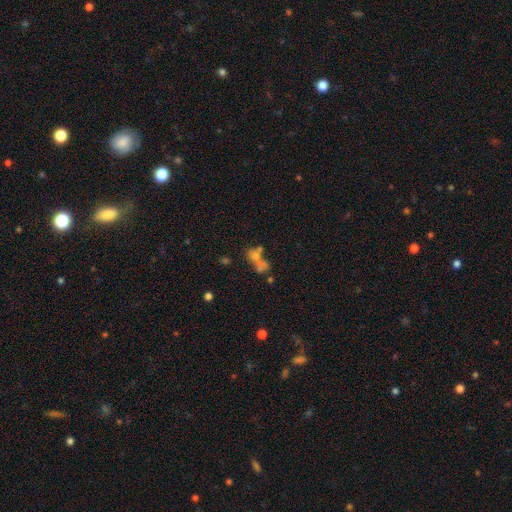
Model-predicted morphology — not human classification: This appears to be a smooth galaxy with no disk features (57%) that is in between round and cigar-shaped (53%). Merging: merger (54%).